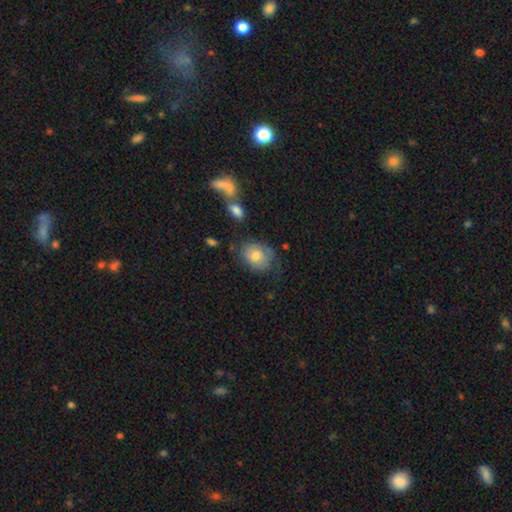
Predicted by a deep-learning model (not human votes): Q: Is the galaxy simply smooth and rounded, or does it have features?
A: smooth — 72%.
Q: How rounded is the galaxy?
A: in between — 51%.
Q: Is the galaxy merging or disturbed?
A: none — 60%.